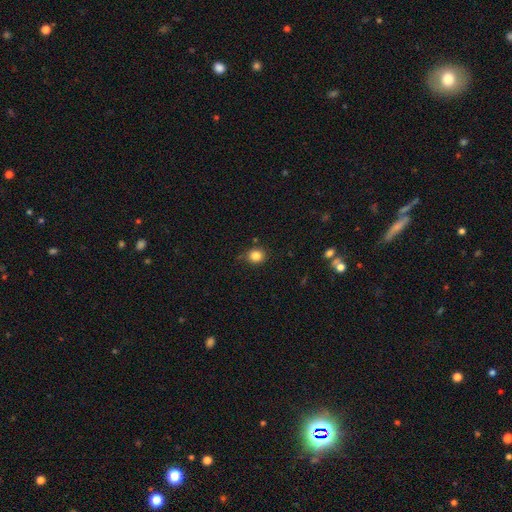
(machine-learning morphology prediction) Smooth or featured: smooth — 83% (star or artifact — 12%)
How rounded: round — 82% (in between — 17%)
Merging: none — 78% (minor disturbance — 16%)